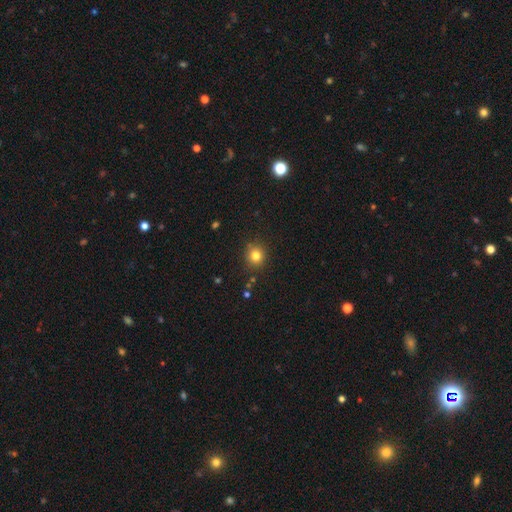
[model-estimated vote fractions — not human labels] smooth-or-featured: smooth: 80% | star or artifact: 13% | featured or disk: 6%
  how-rounded: round: 88% | in between: 11% | cigar-shaped: 1%
  merging: none: 87% | minor disturbance: 9% | major disturbance: 2% | merger: 2%